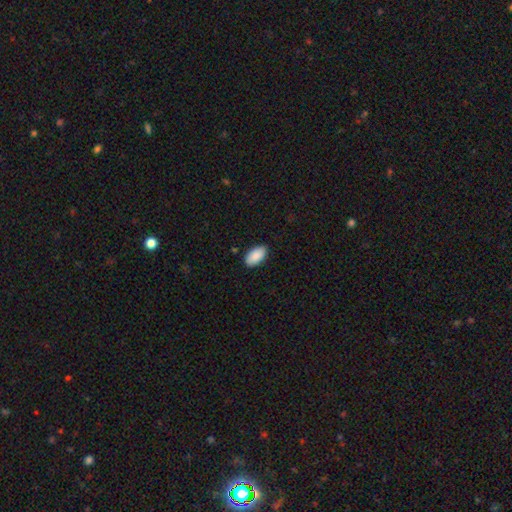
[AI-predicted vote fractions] Smooth or featured?
  - smooth: 90% *
  - star or artifact: 6%
  - featured or disk: 4%
How rounded?
  - in between: 96% *
  - round: 2%
  - cigar-shaped: 2%
Merging?
  - none: 87% *
  - minor disturbance: 10%
  - major disturbance: 2%
  - merger: 1%